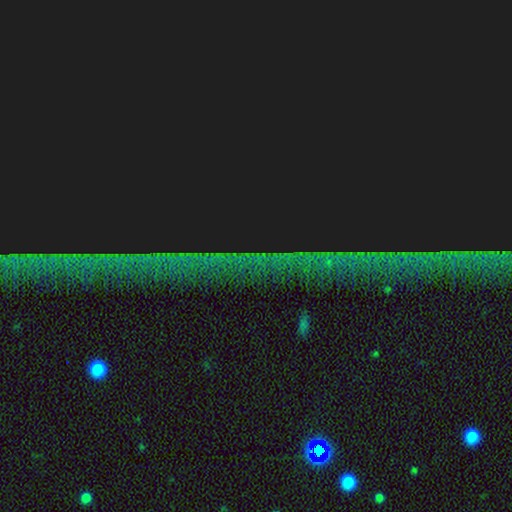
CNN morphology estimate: star or artifact 84%, featured or disk 8%, smooth 8%.